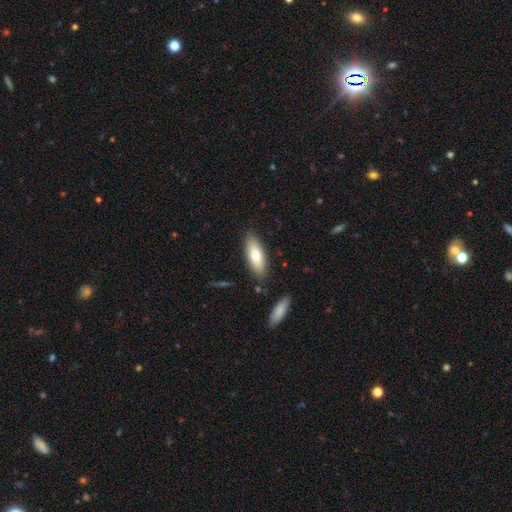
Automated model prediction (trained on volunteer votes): Smooth or featured: smooth — 70% (featured or disk — 24%)
How rounded: in between — 69% (cigar-shaped — 29%)
Merging: none — 84% (minor disturbance — 11%)